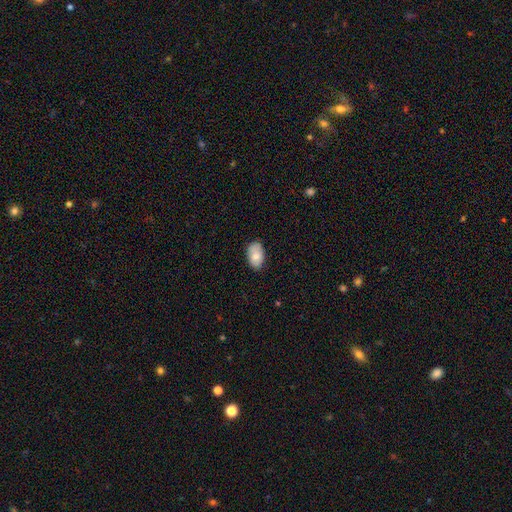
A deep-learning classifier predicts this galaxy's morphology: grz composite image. It shows a smooth galaxy with no disk features (80%) that is in between round and cigar-shaped (92%). Merging: none (78%).